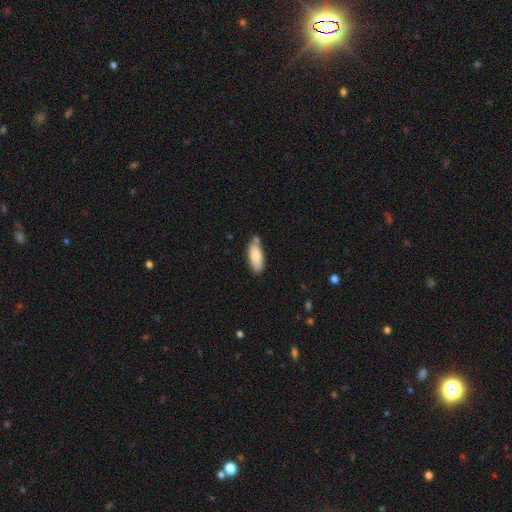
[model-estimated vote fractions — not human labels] This is clearly a smooth galaxy (82%). How rounded: likely in between (79%). Merging: likely none (65%).